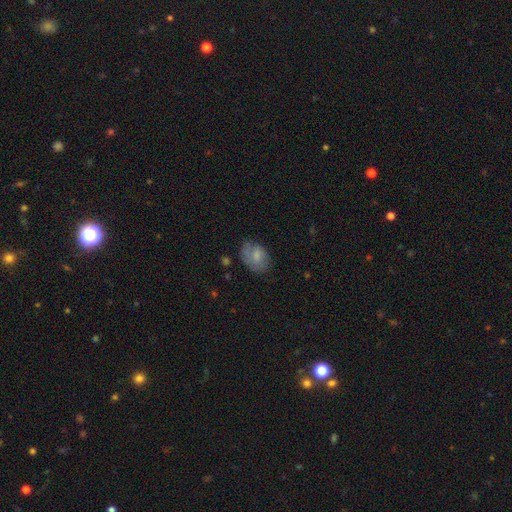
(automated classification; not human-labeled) smooth-or-featured: smooth: 70% | featured or disk: 23% | star or artifact: 8%
  how-rounded: in between: 77% | round: 22% | cigar-shaped: 1%
  merging: none: 62% | minor disturbance: 27% | major disturbance: 9% | merger: 2%